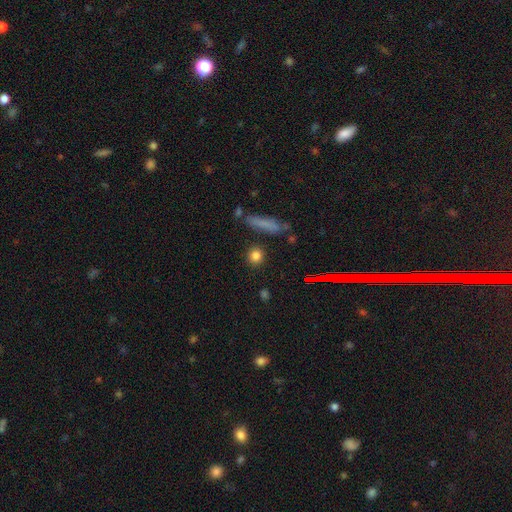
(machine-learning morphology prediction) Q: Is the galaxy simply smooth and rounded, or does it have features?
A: smooth — 82%.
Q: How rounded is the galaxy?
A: round — 81%.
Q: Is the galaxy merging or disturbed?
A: none — 85%.